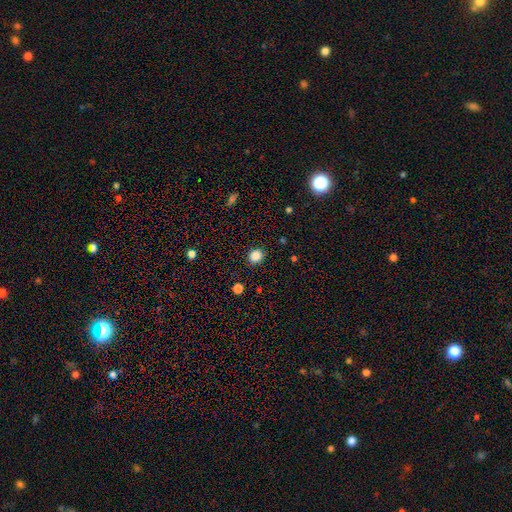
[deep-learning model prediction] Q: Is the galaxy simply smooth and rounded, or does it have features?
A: smooth — 85%.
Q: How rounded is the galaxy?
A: round — 84%.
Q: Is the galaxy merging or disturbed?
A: none — 90%.